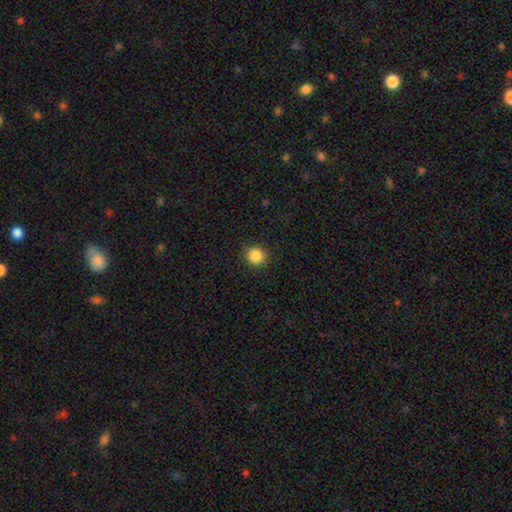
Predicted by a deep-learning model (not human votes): smooth-or-featured: smooth: 86% | star or artifact: 10% | featured or disk: 3%
  how-rounded: round: 90% | in between: 9% | cigar-shaped: 1%
  merging: none: 90% | minor disturbance: 7% | major disturbance: 2% | merger: 1%